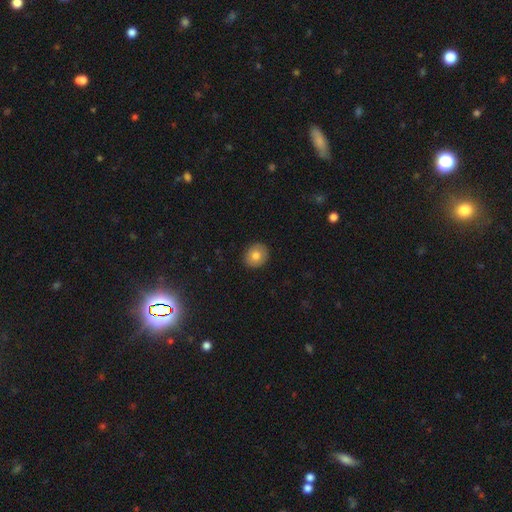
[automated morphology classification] A smooth galaxy with no disk features (78%) that is round (78%).

Vote fractions:
- Smooth or featured? smooth: 78% / featured or disk: 14% / star or artifact: 9%
- How rounded? round: 78% / in between: 21% / cigar-shaped: 1%
- Merging? none: 91% / minor disturbance: 7% / major disturbance: 2% / merger: 1%